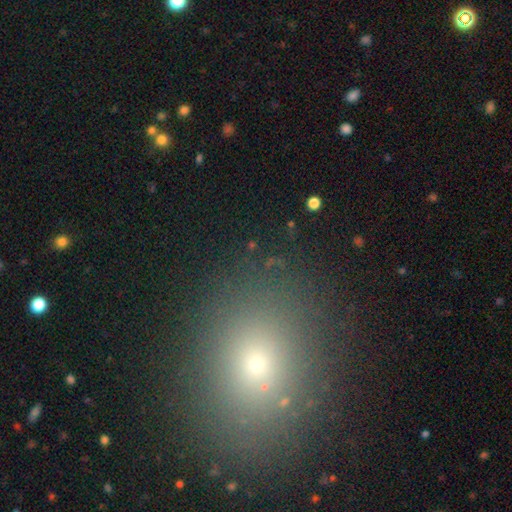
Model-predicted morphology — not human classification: smooth-or-featured: smooth: 62% | star or artifact: 29% | featured or disk: 9%
  how-rounded: round: 50% | in between: 48% | cigar-shaped: 2%
  merging: none: 87% | minor disturbance: 7% | major disturbance: 3% | merger: 2%